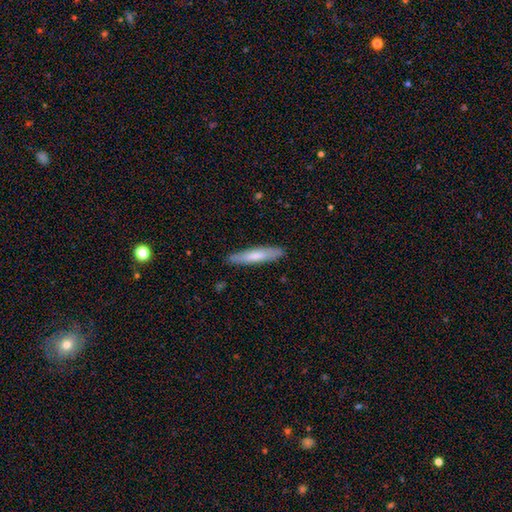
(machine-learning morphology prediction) Smooth or featured?
  - smooth: 69% *
  - featured or disk: 26%
  - star or artifact: 5%
How rounded?
  - cigar-shaped: 88% *
  - in between: 10%
  - round: 1%
Merging?
  - none: 88% *
  - minor disturbance: 9%
  - major disturbance: 2%
  - merger: 1%